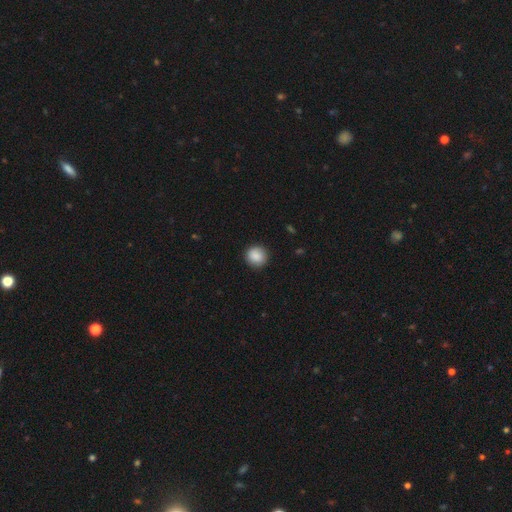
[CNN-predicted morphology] A smooth galaxy with no disk features (89%) that is round (92%).

Vote fractions:
- Smooth or featured? smooth: 89% / star or artifact: 8% / featured or disk: 3%
- How rounded? round: 92% / in between: 7% / cigar-shaped: 1%
- Merging? none: 90% / minor disturbance: 7% / major disturbance: 2% / merger: 1%